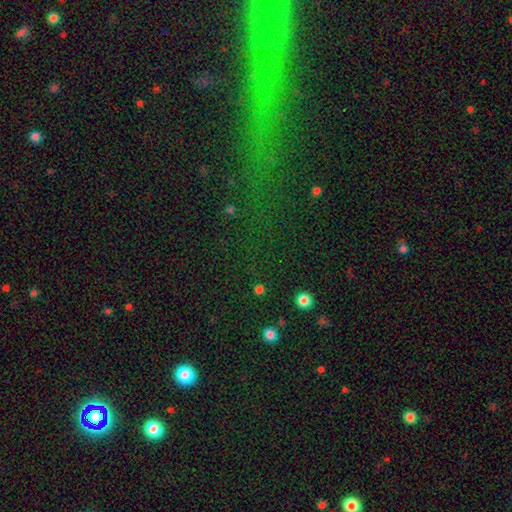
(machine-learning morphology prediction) This is likely a star or artifact rather than a galaxy (61%).